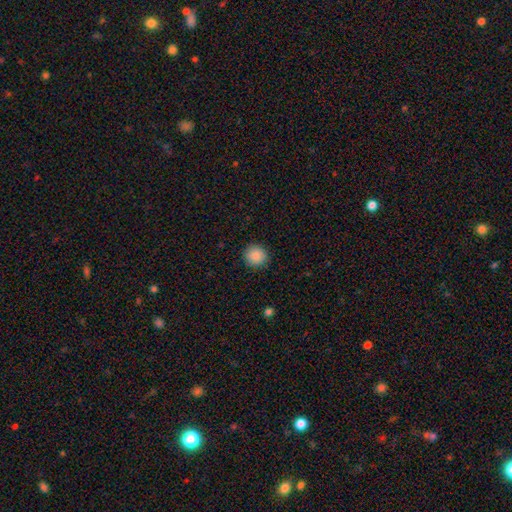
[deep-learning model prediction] Smooth or featured? Predicted: smooth (p=0.88). How rounded? Predicted: round (p=0.91). Merging? Predicted: none (p=0.91).